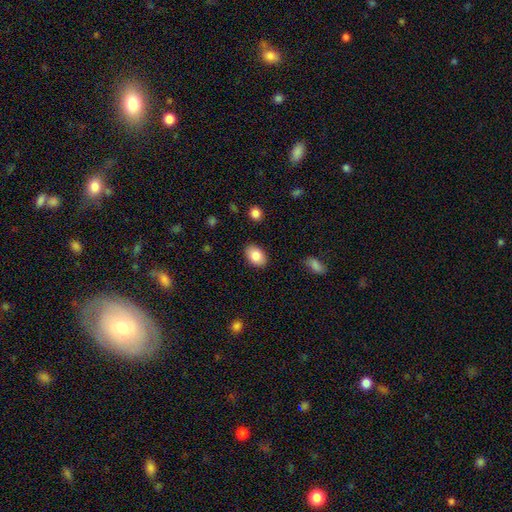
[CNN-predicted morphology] This is clearly a smooth galaxy (84%). How rounded: clearly in between (86%). Merging: clearly none (87%).